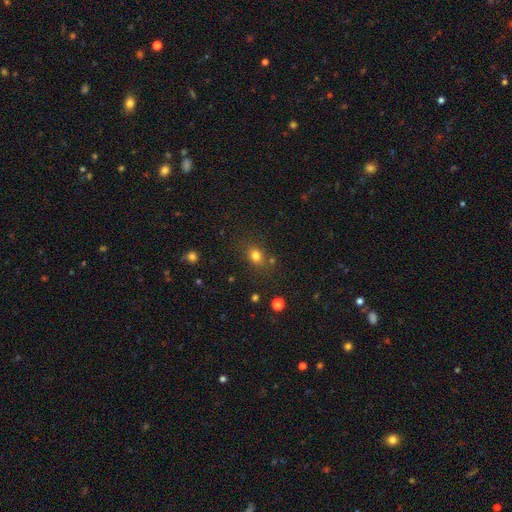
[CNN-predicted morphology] Smooth or featured?
  - smooth: 78% *
  - star or artifact: 15%
  - featured or disk: 7%
How rounded?
  - round: 51% *
  - in between: 48%
  - cigar-shaped: 1%
Merging?
  - none: 75% *
  - minor disturbance: 14%
  - merger: 6%
  - major disturbance: 5%